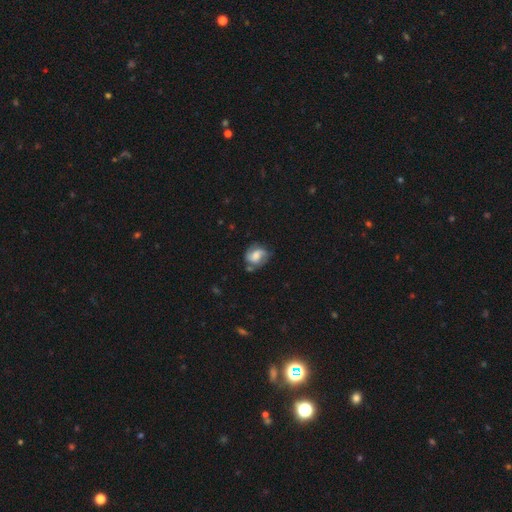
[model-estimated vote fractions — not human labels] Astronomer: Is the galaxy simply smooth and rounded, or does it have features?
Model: featured or disk — 58% (runner-up: smooth, 34%).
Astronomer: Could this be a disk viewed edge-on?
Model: no — 97%.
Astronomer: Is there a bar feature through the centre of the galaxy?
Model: weak — 42%, tied with no at 42%.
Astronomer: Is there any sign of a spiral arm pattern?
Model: yes — 85%.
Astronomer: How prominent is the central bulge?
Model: moderate — 36% (runner-up: large, 30%).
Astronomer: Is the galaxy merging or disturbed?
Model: none — 58%.